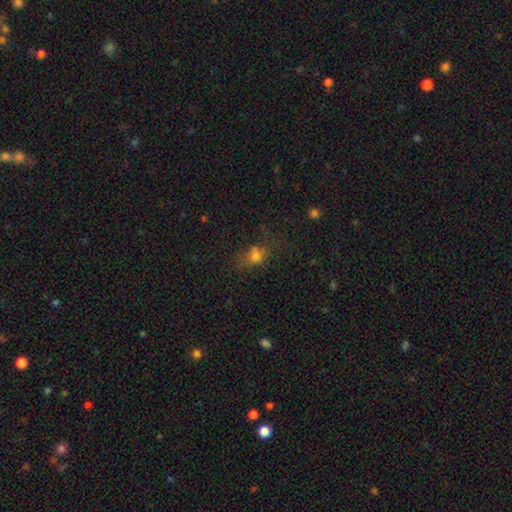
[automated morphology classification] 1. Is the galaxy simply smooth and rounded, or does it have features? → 68% smooth, 19% star or artifact, 13% featured or disk.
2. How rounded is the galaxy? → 52% in between, 45% round, 3% cigar-shaped.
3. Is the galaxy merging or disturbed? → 46% none, 21% minor disturbance, 17% merger, 16% major disturbance.